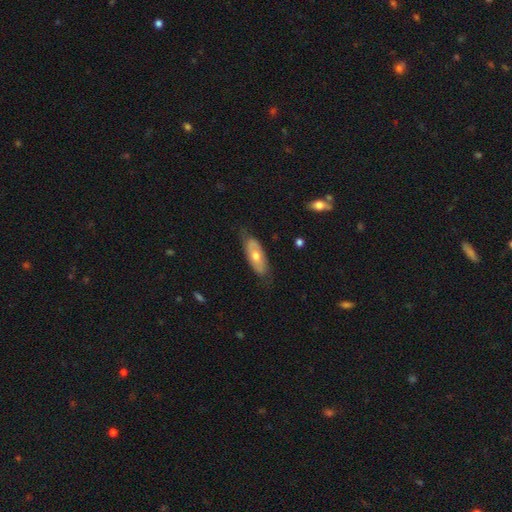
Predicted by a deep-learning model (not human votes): A smooth galaxy with no disk features (50%) that is in between round and cigar-shaped (77%). Merging: none (72%).